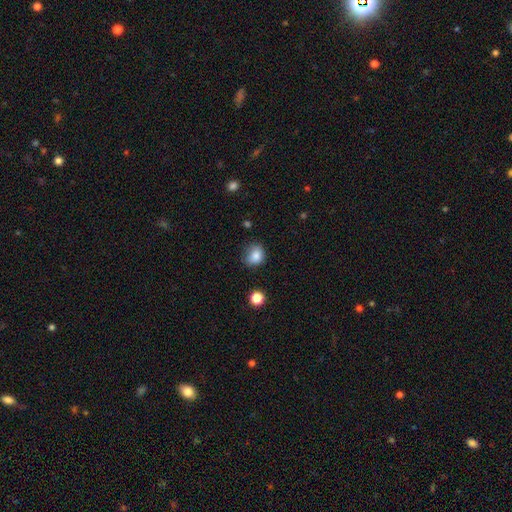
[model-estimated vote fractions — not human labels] A smooth galaxy with no disk features (84%) that is round (62%). Merging: none (61%).